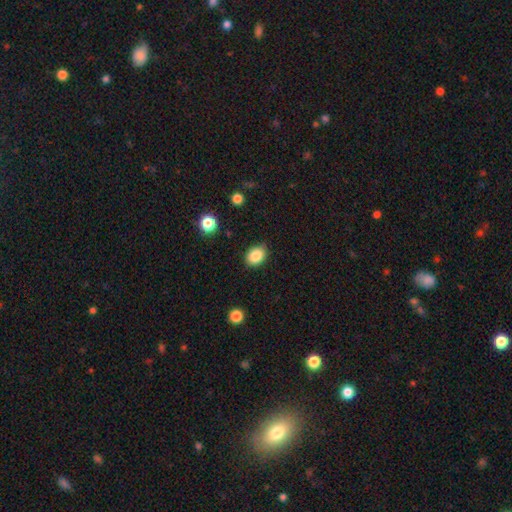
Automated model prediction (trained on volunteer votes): smooth_or_featured: smooth (p=0.86) [alt: star or artifact p=0.09]
how_rounded: in between (p=0.65) [alt: round p=0.34]
merging: none (p=0.82) [alt: minor disturbance p=0.14]